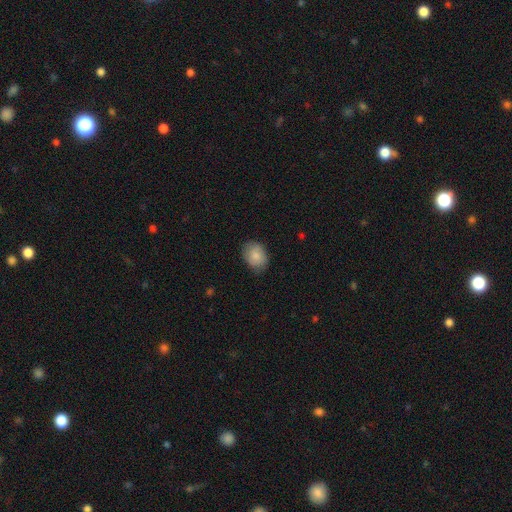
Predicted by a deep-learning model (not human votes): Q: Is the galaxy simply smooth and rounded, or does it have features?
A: smooth — 84%.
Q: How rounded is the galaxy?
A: in between — 68%.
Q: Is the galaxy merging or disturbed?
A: none — 76%.